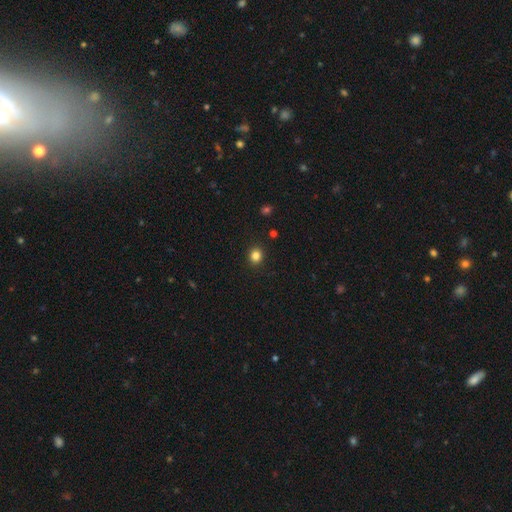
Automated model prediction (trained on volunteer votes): Overall: smooth (84%). How rounded: round (79%). Merging: none (91%).